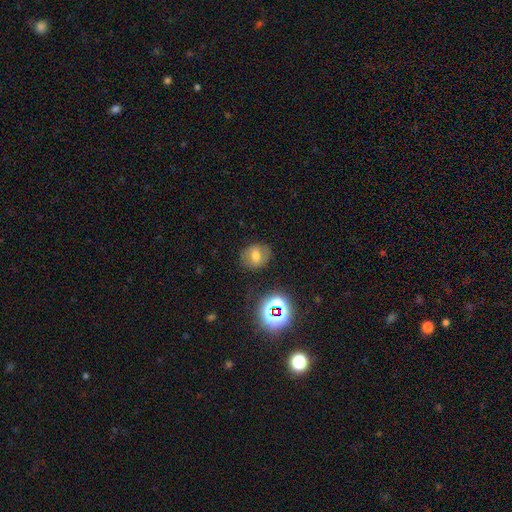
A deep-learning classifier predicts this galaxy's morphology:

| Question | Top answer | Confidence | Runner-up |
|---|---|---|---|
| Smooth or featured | smooth | 57% | featured or disk (26%) |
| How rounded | round | 62% | in between (37%) |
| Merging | none | 80% | minor disturbance (13%) |